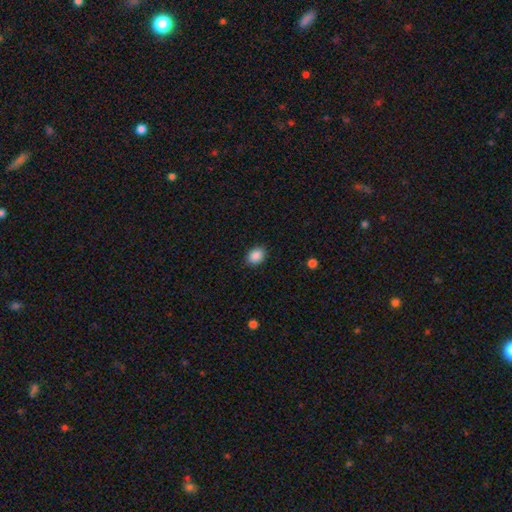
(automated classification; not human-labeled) Overall: smooth (89%). How rounded: in between (68%; round 32%). Merging: none (87%).